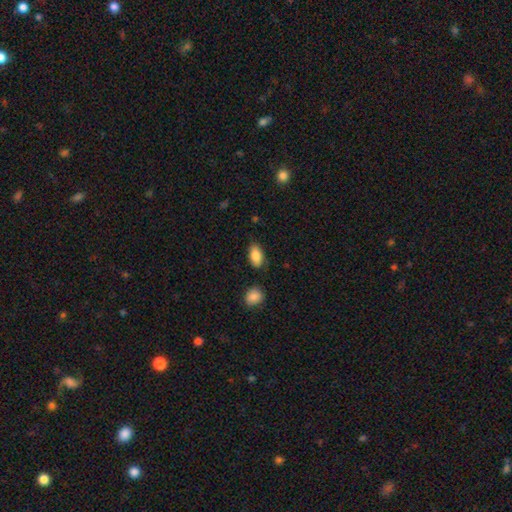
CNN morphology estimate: This is clearly a smooth galaxy (86%). How rounded: clearly in between (93%). Merging: likely none (79%).